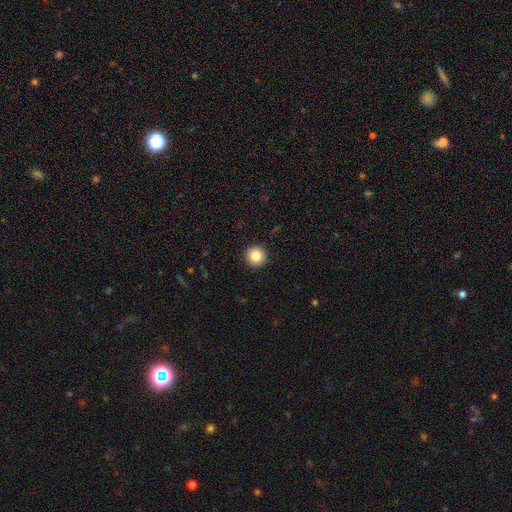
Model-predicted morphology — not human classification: Smooth or featured? smooth (83%)
How rounded? round (96%)
Merging? none (93%)